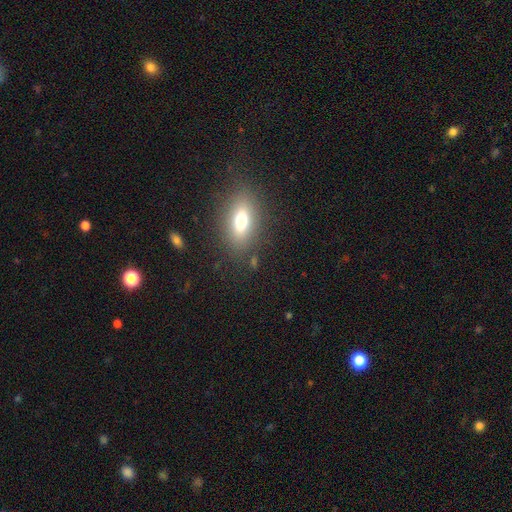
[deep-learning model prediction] Smooth or featured?
  - smooth: 61% *
  - featured or disk: 22%
  - star or artifact: 17%
How rounded?
  - in between: 79% *
  - cigar-shaped: 12%
  - round: 9%
Merging?
  - none: 84% *
  - minor disturbance: 10%
  - major disturbance: 4%
  - merger: 2%